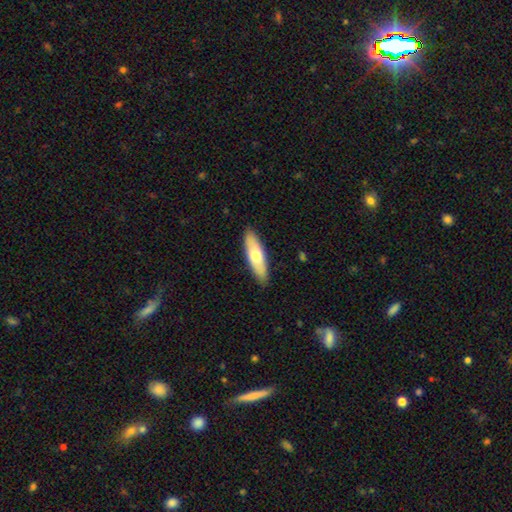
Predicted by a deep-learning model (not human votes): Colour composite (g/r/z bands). It shows a smooth galaxy with no disk features (64%) that is cigar-shaped (52%). Merging: none (89%).